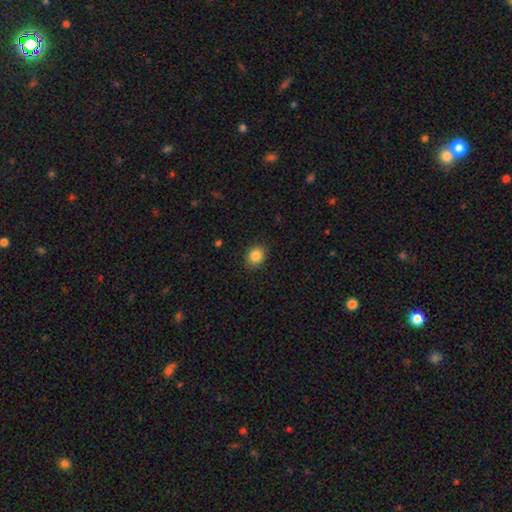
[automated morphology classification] This appears to be a smooth galaxy with no disk features (85%) that is round (59%). Merging: none (88%).